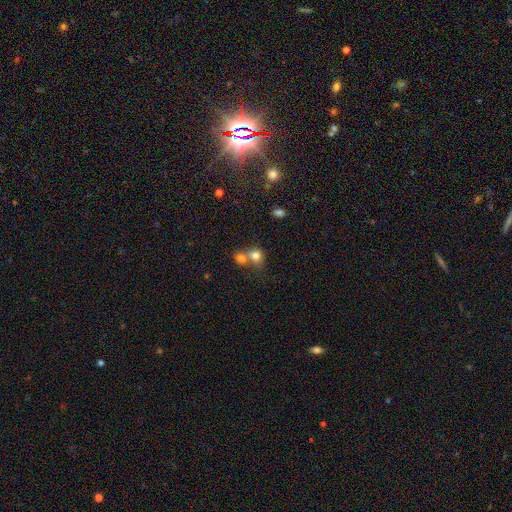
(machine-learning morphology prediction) Smooth or featured? smooth (76%)
How rounded? round (73%)
Merging? merger (61%)